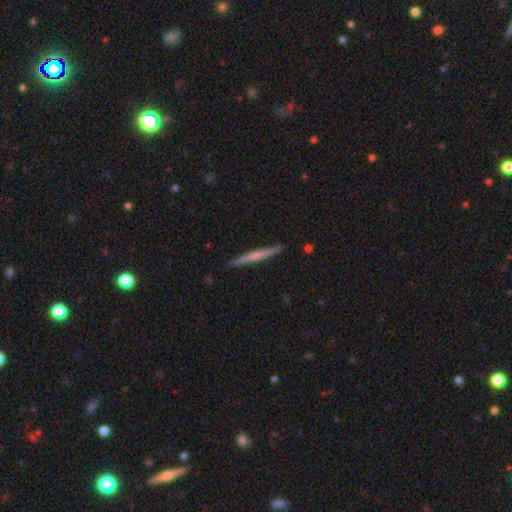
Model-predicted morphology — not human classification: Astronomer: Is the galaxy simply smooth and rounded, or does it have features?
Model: featured or disk — 49% (runner-up: smooth, 46%).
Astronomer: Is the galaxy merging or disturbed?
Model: none — 91%.